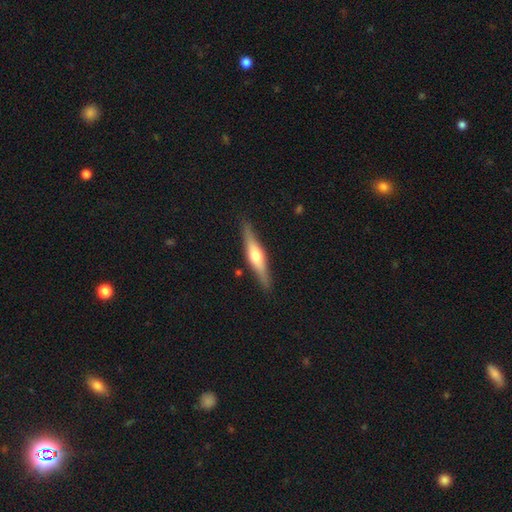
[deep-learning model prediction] Smooth or featured?
  - featured or disk: 63% *
  - smooth: 32%
  - star or artifact: 5%
Edge-on disk?
  - yes: 96% *
  - no: 4%
Edge-on bulge?
  - rounded: 87% *
  - boxy: 9%
  - none: 4%
Merging?
  - none: 88% *
  - minor disturbance: 9%
  - major disturbance: 2%
  - merger: 1%